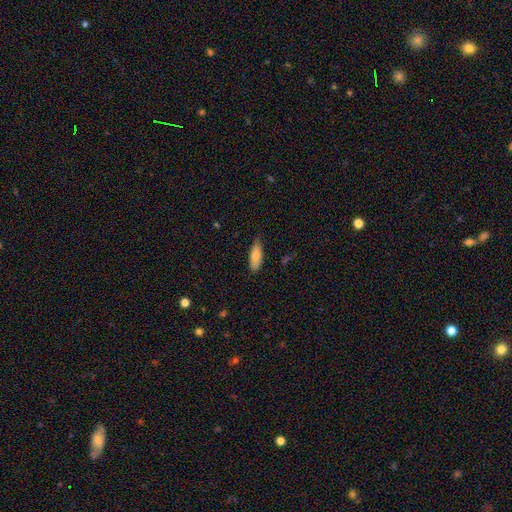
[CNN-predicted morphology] type=smooth (79%); roundness=in between (69%); merging=none (77%).